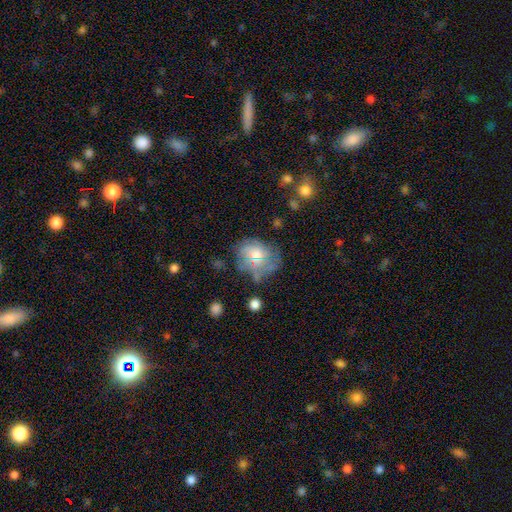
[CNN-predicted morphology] Smooth or featured? smooth (48%)
Merging? none (44%)